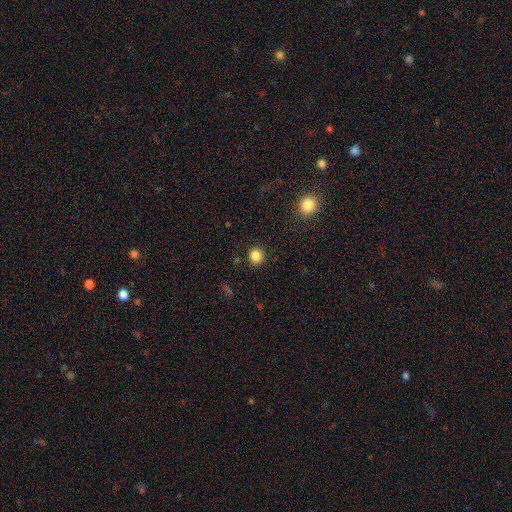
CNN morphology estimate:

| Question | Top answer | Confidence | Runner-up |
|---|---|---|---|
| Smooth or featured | smooth | 85% | star or artifact (11%) |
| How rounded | round | 82% | in between (17%) |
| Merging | none | 90% | minor disturbance (7%) |